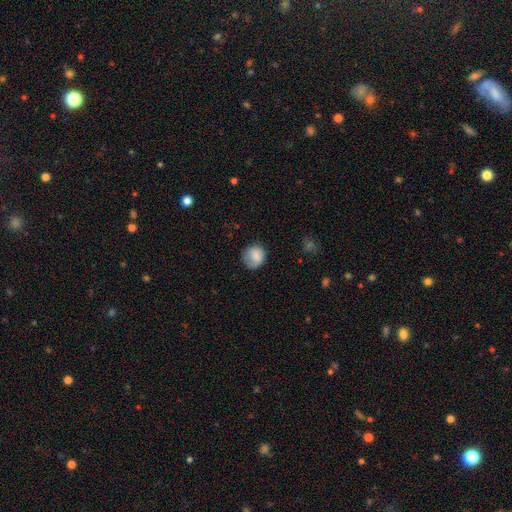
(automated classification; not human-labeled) Smooth or featured? smooth (81%)
How rounded? round (81%)
Merging? none (68%)